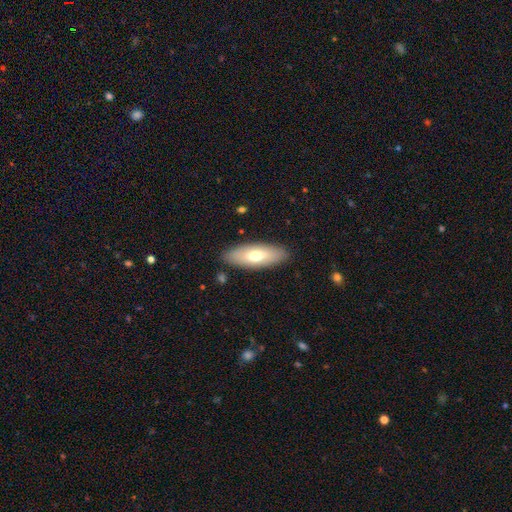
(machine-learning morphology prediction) Overall: smooth (64%; featured or disk 31%). How rounded: in between (72%). Merging: none (87%).